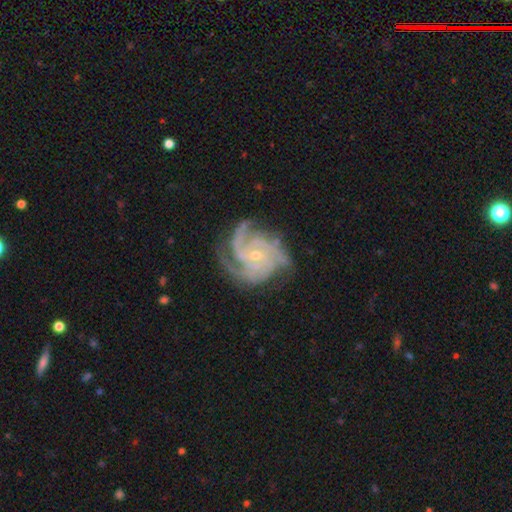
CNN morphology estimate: A featured or disk galaxy (92%) with no bar (68%), 3 (42%) tight (67%) spiral arms (99%) and a small central bulge (67%). Merging: none (73%).